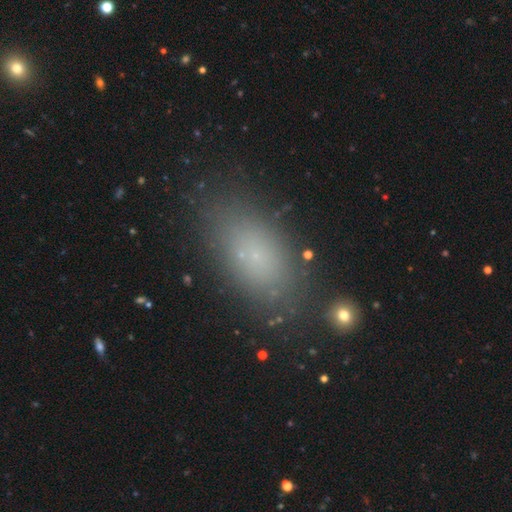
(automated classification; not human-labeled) Overall: smooth (72%). How rounded: in between (87%). Merging: none (81%).